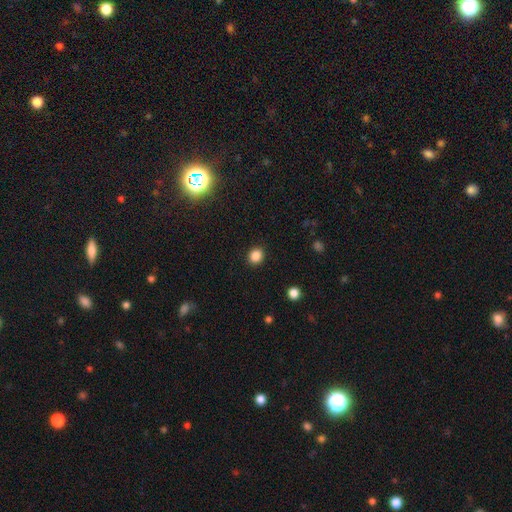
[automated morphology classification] Smooth or featured? smooth (85%)
How rounded? round (71%)
Merging? none (90%)